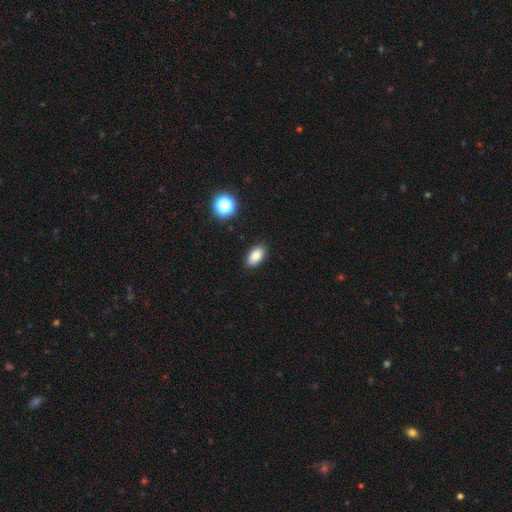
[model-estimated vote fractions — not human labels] smooth 84%, star or artifact 10%, featured or disk 6%. Down the decision tree: how rounded — in between (92%); merging — none (88%).